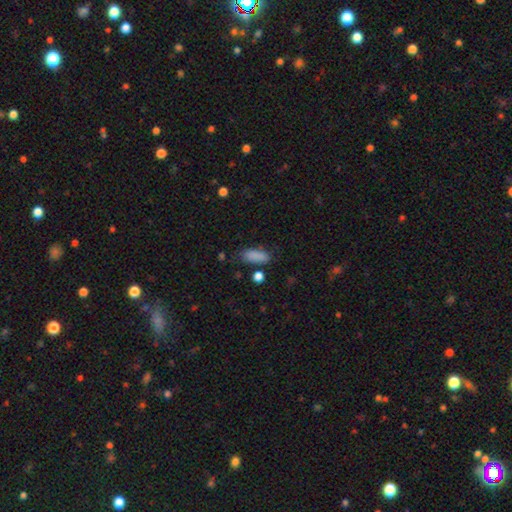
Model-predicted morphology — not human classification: smooth-or-featured: smooth: 86% | star or artifact: 9% | featured or disk: 5%
  how-rounded: in between: 78% | cigar-shaped: 18% | round: 4%
  merging: none: 73% | minor disturbance: 17% | major disturbance: 5% | merger: 5%